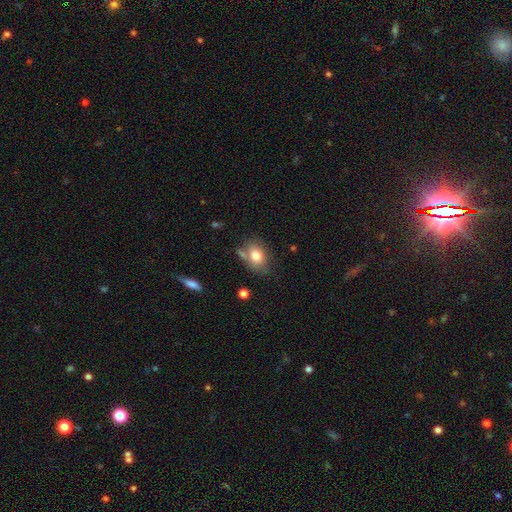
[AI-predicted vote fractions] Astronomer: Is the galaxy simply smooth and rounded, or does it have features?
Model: smooth — 80%.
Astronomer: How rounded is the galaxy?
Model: in between — 71%.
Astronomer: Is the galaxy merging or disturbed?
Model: none — 61%.